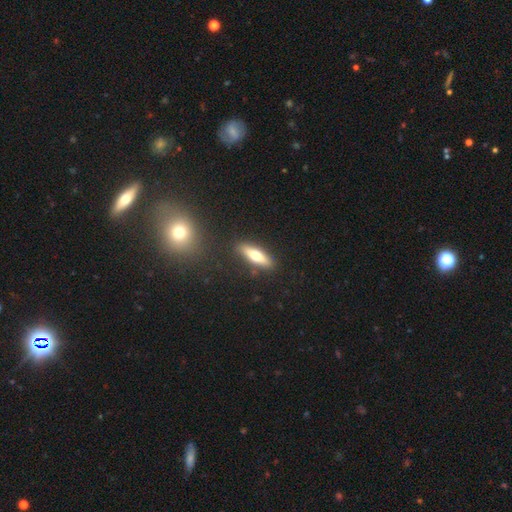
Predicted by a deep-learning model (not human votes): Smooth or featured: smooth — 57% (featured or disk — 37%)
How rounded: cigar-shaped — 61% (in between — 37%)
Merging: none — 86% (minor disturbance — 9%)